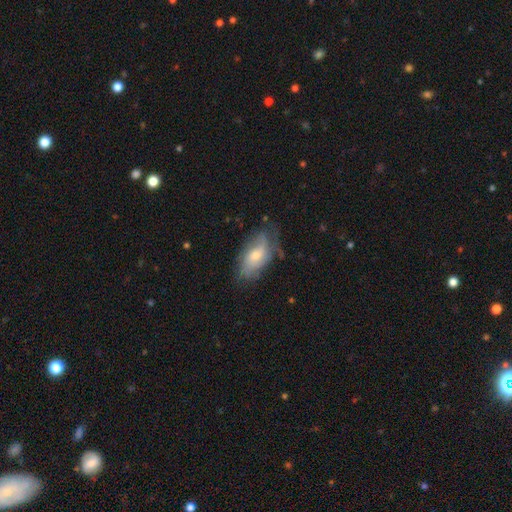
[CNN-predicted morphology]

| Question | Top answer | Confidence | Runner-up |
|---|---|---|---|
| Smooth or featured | featured or disk | 50% | smooth (43%) |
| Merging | none | 57% | minor disturbance (28%) |